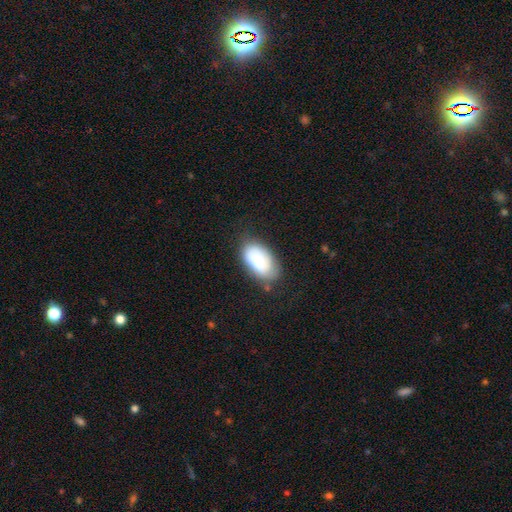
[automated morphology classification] Smooth or featured?
  - smooth: 62% *
  - featured or disk: 30%
  - star or artifact: 8%
How rounded?
  - in between: 93% *
  - round: 5%
  - cigar-shaped: 2%
Merging?
  - none: 68% *
  - minor disturbance: 22%
  - major disturbance: 7%
  - merger: 2%